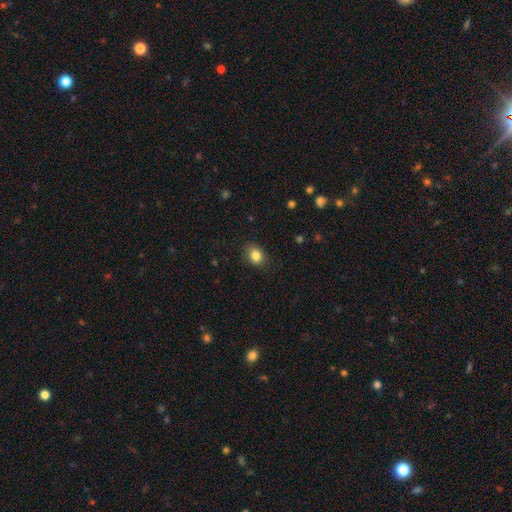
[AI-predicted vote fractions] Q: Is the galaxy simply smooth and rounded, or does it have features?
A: smooth — 83%.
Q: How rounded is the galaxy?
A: round — 51%.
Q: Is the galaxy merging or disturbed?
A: none — 84%.